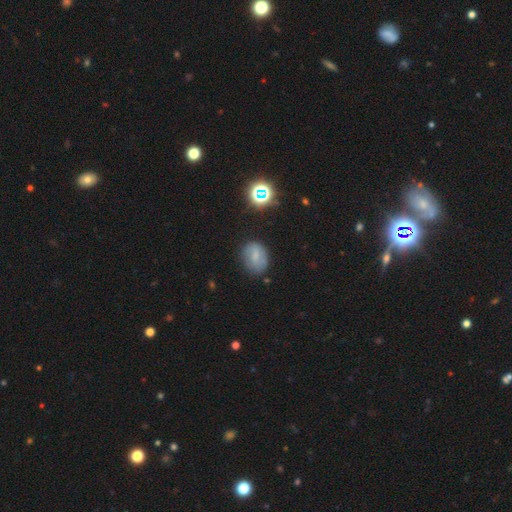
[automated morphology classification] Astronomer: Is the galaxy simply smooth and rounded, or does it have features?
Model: smooth — 64%.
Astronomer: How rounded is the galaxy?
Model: in between — 57% (runner-up: round, 42%).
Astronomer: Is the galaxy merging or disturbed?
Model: none — 69%.